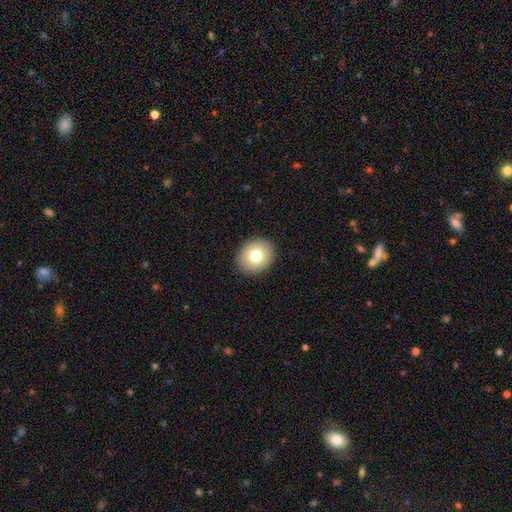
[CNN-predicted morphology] A smooth galaxy with no disk features (76%) that is round (67%). Merging: none (90%).